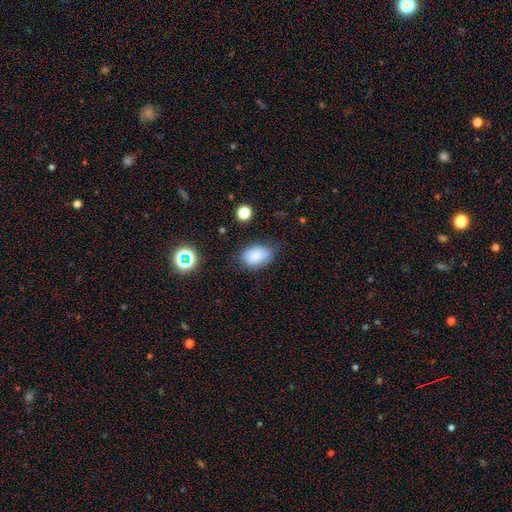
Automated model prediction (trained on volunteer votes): smooth-or-featured: smooth: 83% | star or artifact: 10% | featured or disk: 7%
  how-rounded: in between: 85% | round: 14% | cigar-shaped: 1%
  merging: none: 66% | minor disturbance: 26% | major disturbance: 6% | merger: 2%